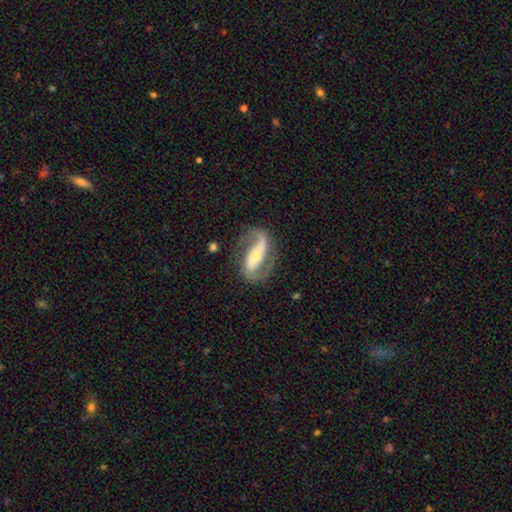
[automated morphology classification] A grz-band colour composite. It shows a featured or disk galaxy (88%) with a strong bar (61%), 2 (90%) medium (46%) spiral arms (95%) and a small central bulge (46%, tied with moderate). Merging: none (78%).